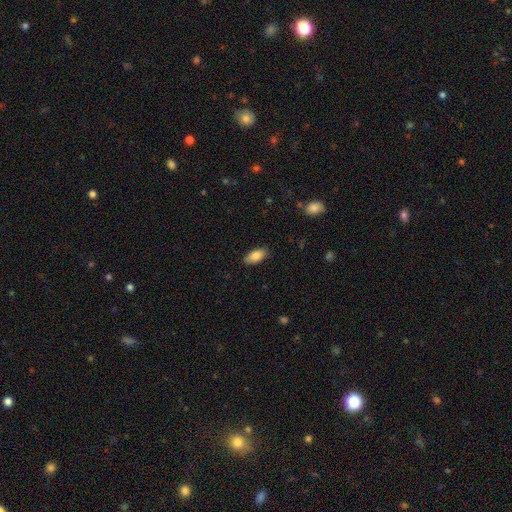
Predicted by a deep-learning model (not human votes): smooth-or-featured: smooth: 85% | featured or disk: 8% | star or artifact: 7%
  how-rounded: in between: 89% | cigar-shaped: 9% | round: 2%
  merging: none: 87% | minor disturbance: 10% | major disturbance: 2% | merger: 1%